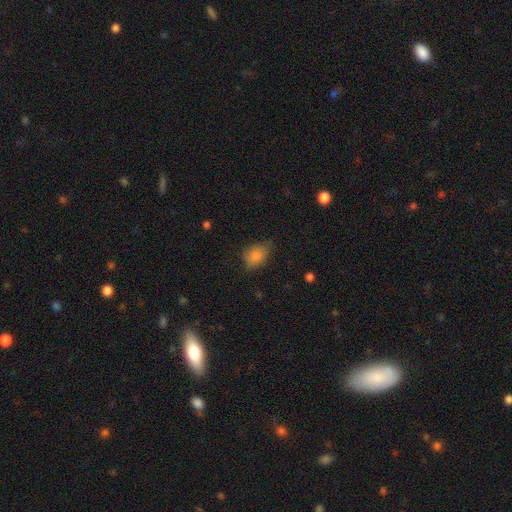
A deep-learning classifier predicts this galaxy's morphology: Smooth or featured? Predicted: smooth (p=0.82). How rounded? Predicted: in between (p=0.68). Merging? Predicted: none (p=0.58).